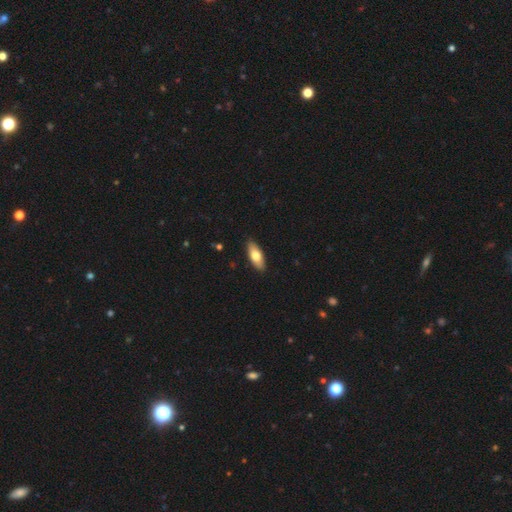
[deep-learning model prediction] A smooth galaxy with no disk features (73%) that is in between round and cigar-shaped (76%). Merging: none (90%).